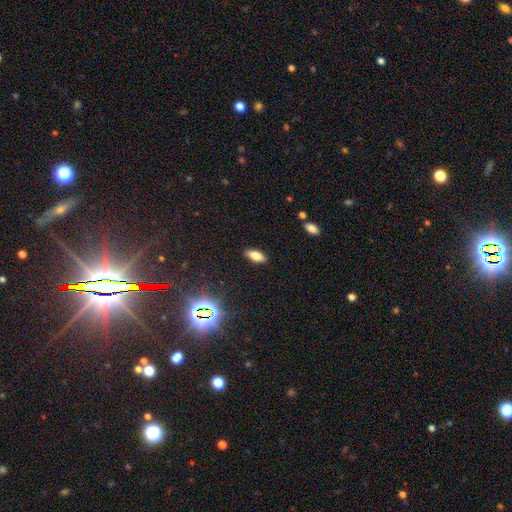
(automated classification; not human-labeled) Q: Smooth or featured?
A: smooth (74%); runner-up: featured or disk (14%)
Q: How rounded?
A: in between (83%); runner-up: cigar-shaped (14%)
Q: Merging?
A: none (88%); runner-up: minor disturbance (8%)